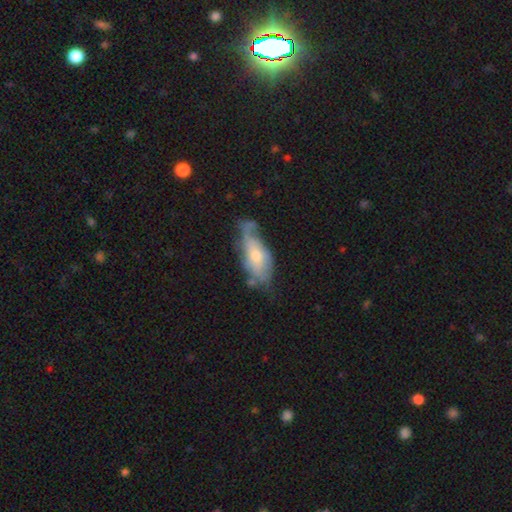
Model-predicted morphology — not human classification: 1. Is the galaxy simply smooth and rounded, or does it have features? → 55% featured or disk, 38% smooth, 7% star or artifact.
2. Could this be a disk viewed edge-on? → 83% no, 17% yes.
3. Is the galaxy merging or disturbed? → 37% none, 34% minor disturbance, 22% major disturbance, 7% merger.